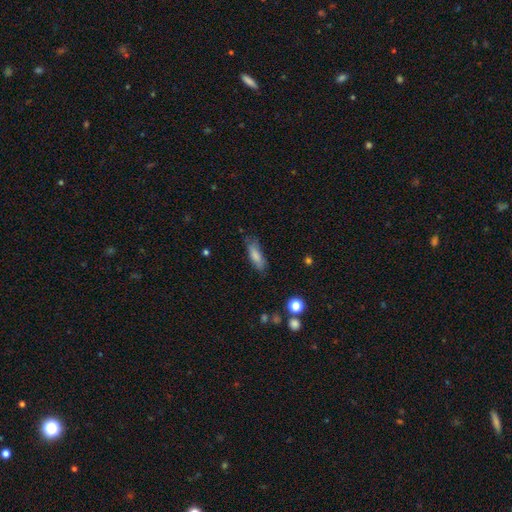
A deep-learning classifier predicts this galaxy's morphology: smooth 80%, featured or disk 13%, star or artifact 7%. Down the decision tree: how rounded — in between (53%); merging — none (74%).